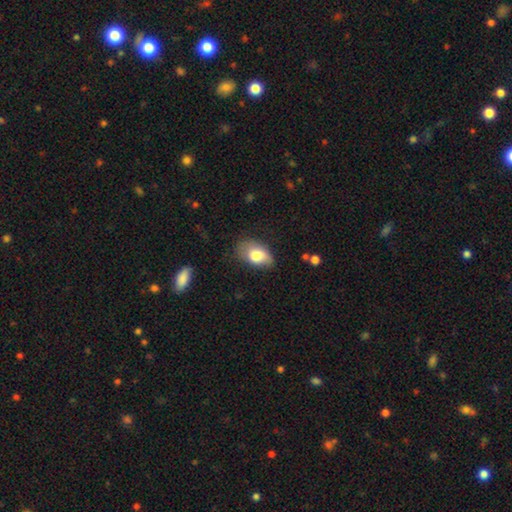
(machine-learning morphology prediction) Smooth or featured? smooth (77%)
How rounded? in between (90%)
Merging? none (56%)